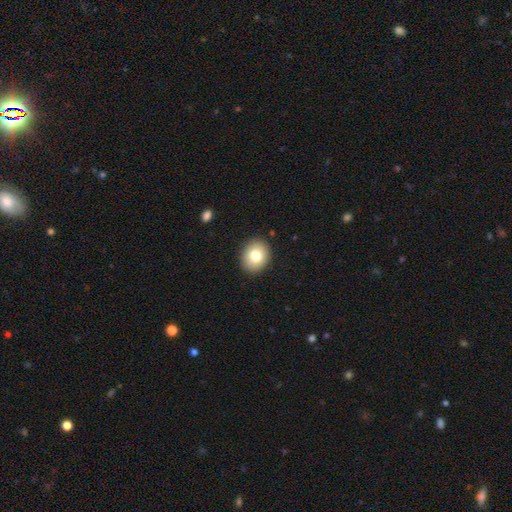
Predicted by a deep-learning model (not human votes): Smooth or featured? Predicted: smooth (p=0.80). How rounded? Predicted: round (p=0.57). Merging? Predicted: none (p=0.90).